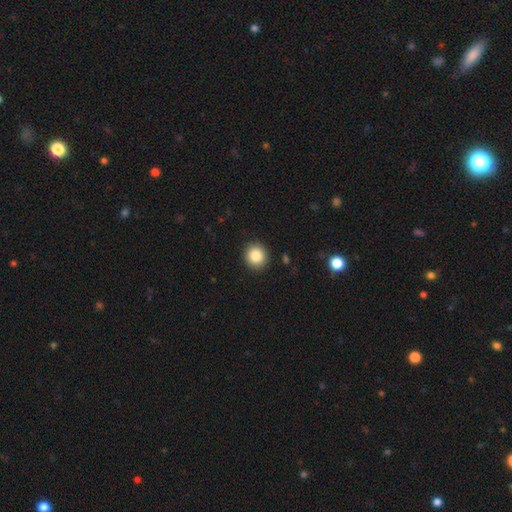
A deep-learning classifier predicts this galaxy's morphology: smooth 85%, star or artifact 10%, featured or disk 6%. Down the decision tree: how rounded — round (90%); merging — none (91%).